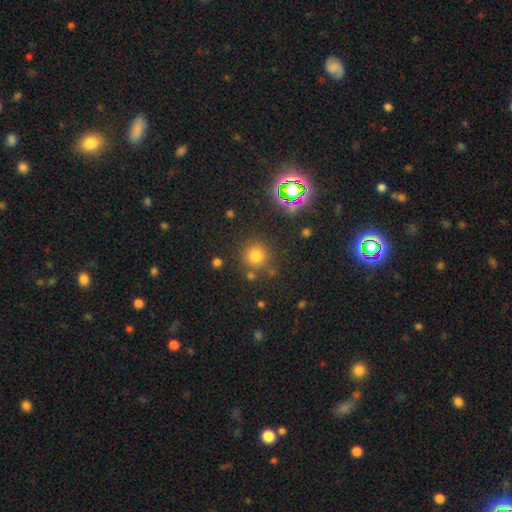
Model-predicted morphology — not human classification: This appears to be a smooth galaxy with no disk features (74%) that is round (93%). Merging: none (80%).